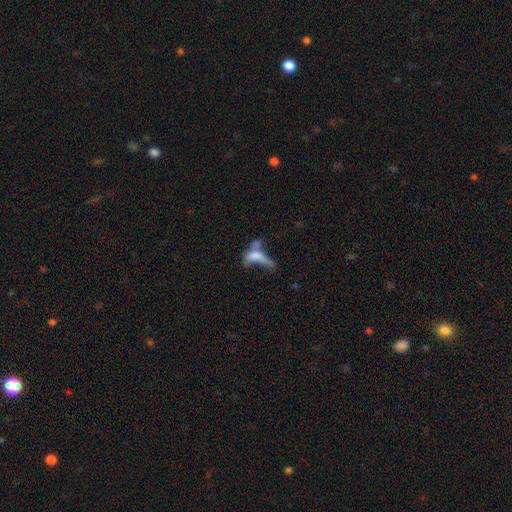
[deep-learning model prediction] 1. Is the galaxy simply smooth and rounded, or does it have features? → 54% smooth, 34% featured or disk, 12% star or artifact.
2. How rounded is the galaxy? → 56% in between, 38% cigar-shaped, 6% round.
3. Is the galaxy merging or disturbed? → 44% merger, 30% major disturbance, 16% none, 11% minor disturbance.